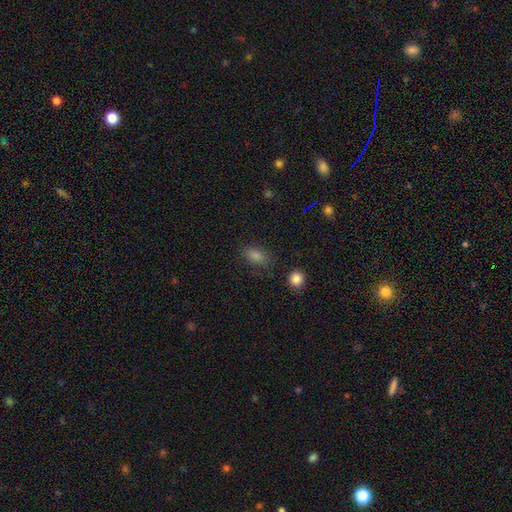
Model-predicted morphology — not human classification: type=smooth (77%); roundness=in between (84%); merging=none (81%).